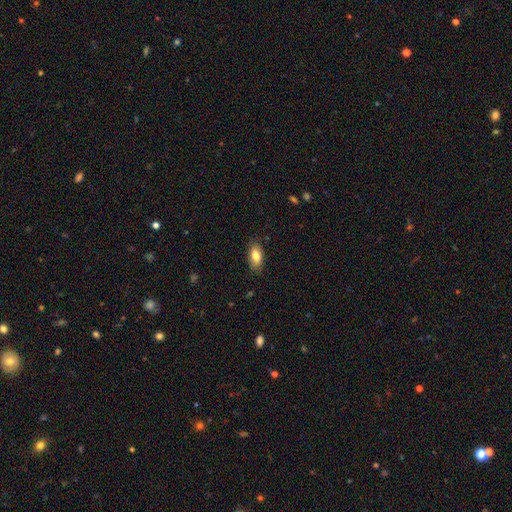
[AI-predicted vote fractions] smooth 81%, featured or disk 12%, star or artifact 7%. Down the decision tree: how rounded — in between (89%); merging — none (84%).